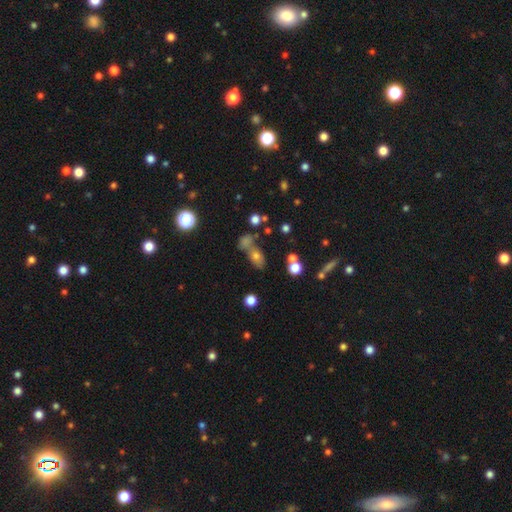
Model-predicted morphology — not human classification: smooth-or-featured: smooth: 60% | star or artifact: 23% | featured or disk: 17%
  how-rounded: in between: 68% | round: 24% | cigar-shaped: 8%
  merging: none: 48% | merger: 33% | minor disturbance: 12% | major disturbance: 7%